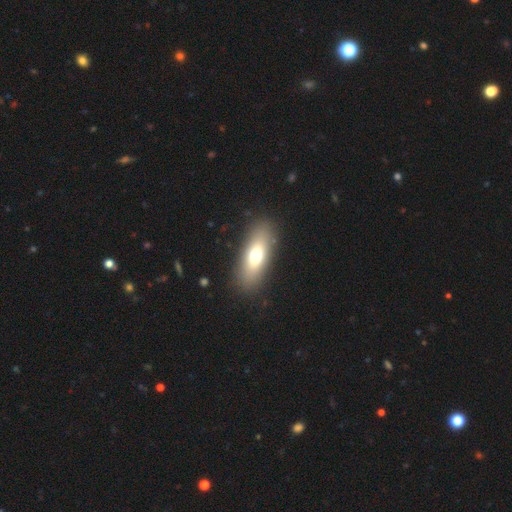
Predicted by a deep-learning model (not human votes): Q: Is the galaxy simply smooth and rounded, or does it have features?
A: smooth — 70%.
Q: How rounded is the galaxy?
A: in between — 71%.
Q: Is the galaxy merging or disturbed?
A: none — 88%.